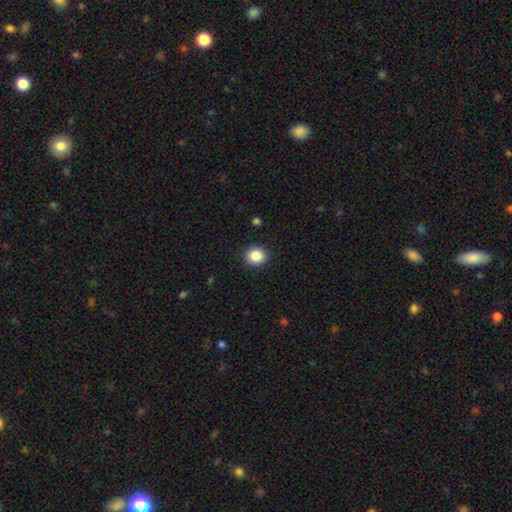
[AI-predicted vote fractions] smooth 86%, star or artifact 9%, featured or disk 5%. Down the decision tree: how rounded — round (82%); merging — none (92%).